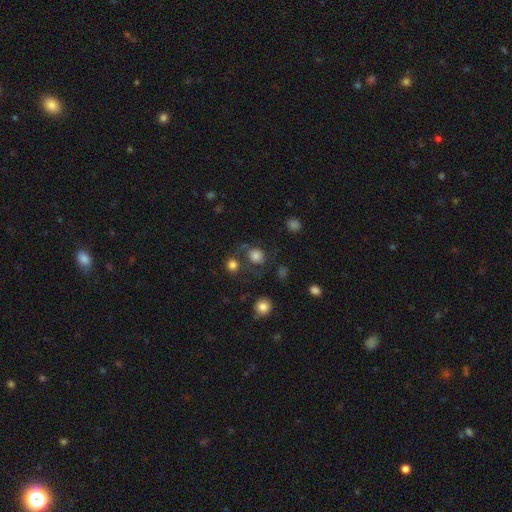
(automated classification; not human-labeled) smooth_or_featured: smooth (p=0.76) [alt: star or artifact p=0.12]
how_rounded: round (p=0.82) [alt: in between p=0.17]
merging: none (p=0.59) [alt: minor disturbance p=0.16]